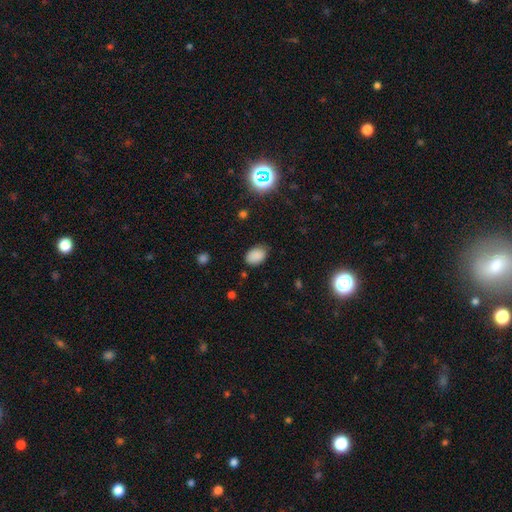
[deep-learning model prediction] The model was most divided on "merging": none: 78%, minor disturbance: 17%, major disturbance: 4%, merger: 1%. More confident: smooth or featured — smooth (84%); how rounded — in between (82%).